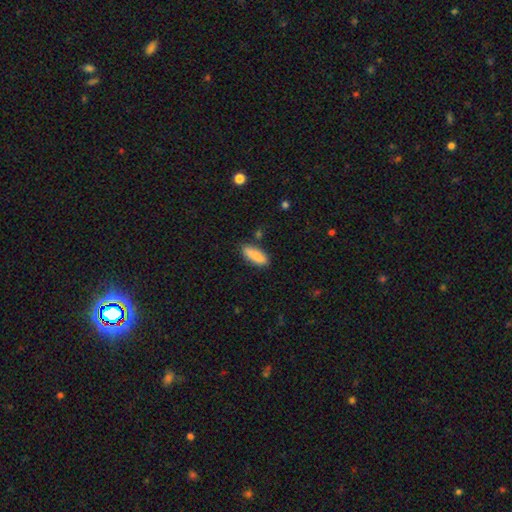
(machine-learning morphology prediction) A smooth galaxy with no disk features (87%) that is in between round and cigar-shaped (62%).

Vote fractions:
- Smooth or featured? smooth: 87% / featured or disk: 7% / star or artifact: 6%
- How rounded? in between: 62% / cigar-shaped: 36% / round: 2%
- Merging? none: 83% / minor disturbance: 12% / merger: 3% / major disturbance: 2%